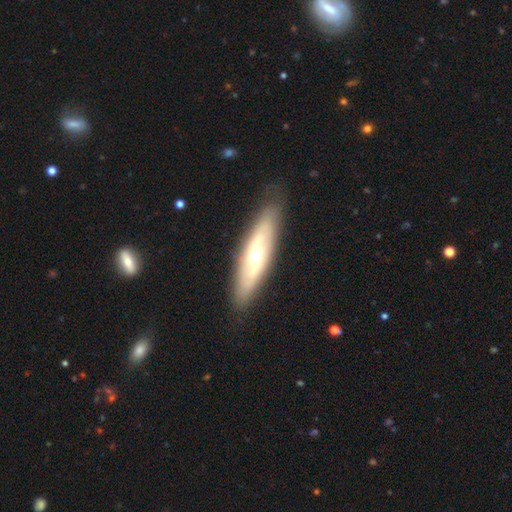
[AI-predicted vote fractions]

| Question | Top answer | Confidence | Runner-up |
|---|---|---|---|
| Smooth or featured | featured or disk | 59% | smooth (35%) |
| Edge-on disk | no | 54% | yes (46%) |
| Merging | none | 83% | minor disturbance (12%) |